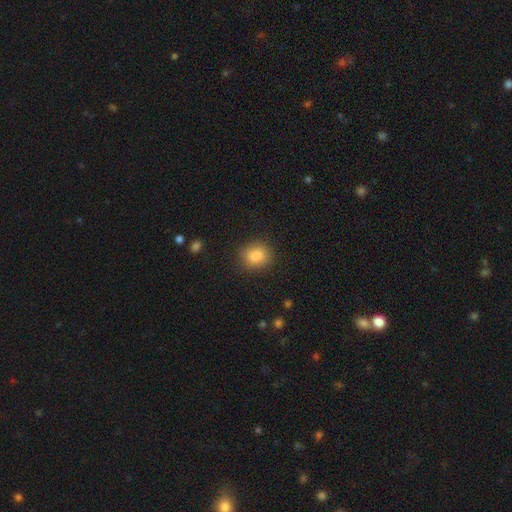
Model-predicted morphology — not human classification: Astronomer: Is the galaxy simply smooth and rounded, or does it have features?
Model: smooth — 86%.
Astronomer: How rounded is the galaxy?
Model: round — 63%.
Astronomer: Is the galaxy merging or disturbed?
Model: none — 83%.